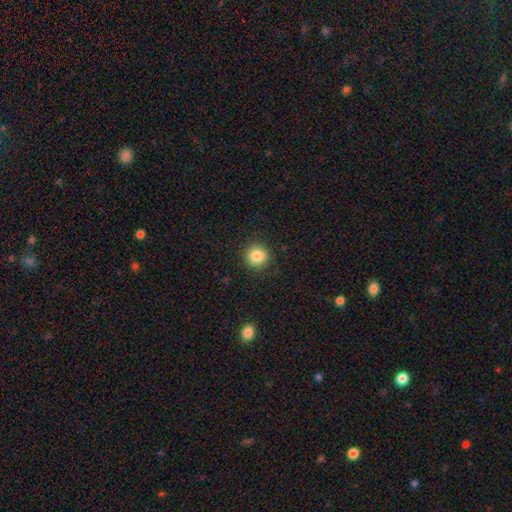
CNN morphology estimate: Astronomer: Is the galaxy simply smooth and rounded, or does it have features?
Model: smooth — 84%.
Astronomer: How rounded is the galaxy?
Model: round — 92%.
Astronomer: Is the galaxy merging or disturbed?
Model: none — 90%.